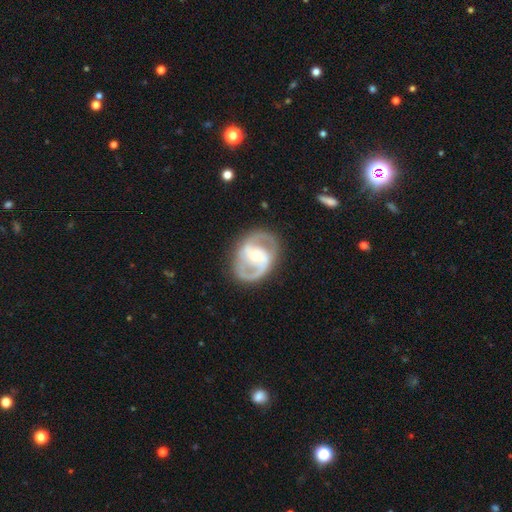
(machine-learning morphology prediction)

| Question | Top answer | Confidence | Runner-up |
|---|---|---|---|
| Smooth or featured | featured or disk | 86% | smooth (9%) |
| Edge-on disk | no | 97% | yes (3%) |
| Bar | weak | 39% | no (38%) |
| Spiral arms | yes | 91% | no (9%) |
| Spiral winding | medium | 55% | tight (26%) |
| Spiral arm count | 2 | 89% | can't tell (4%) |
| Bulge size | moderate | 61% | small (33%) |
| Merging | none | 81% | minor disturbance (12%) |